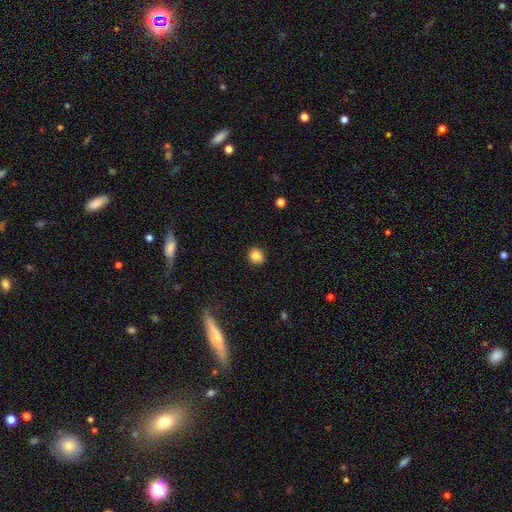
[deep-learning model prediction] The model was most divided on "how rounded": round: 84%, in between: 15%, cigar-shaped: 1%. More confident: merging — none (90%); smooth or featured — smooth (85%).